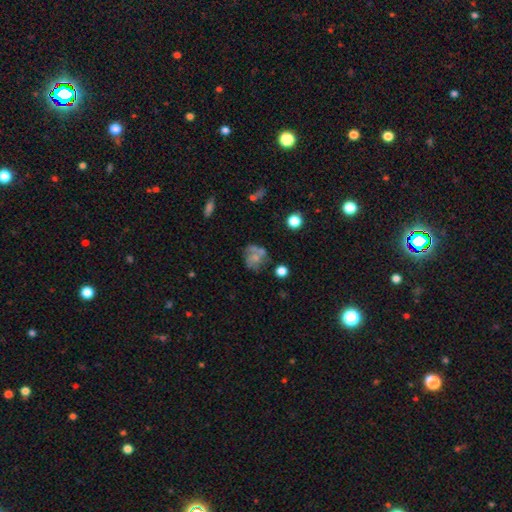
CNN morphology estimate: smooth_or_featured: smooth (p=0.44) [alt: featured or disk p=0.43]
merging: none (p=0.38) [alt: merger p=0.22]